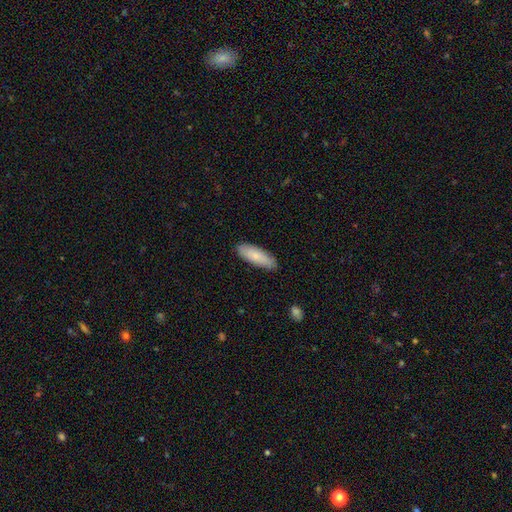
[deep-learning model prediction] This is clearly a smooth galaxy (81%). How rounded: possibly in between (56%). Merging: clearly none (87%).